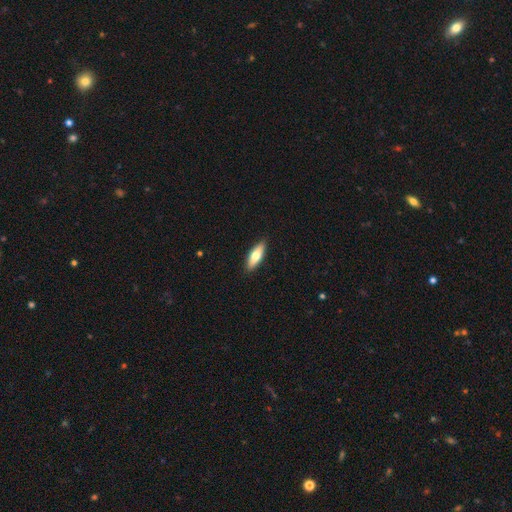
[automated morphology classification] Smooth or featured? Predicted: smooth (p=0.69). How rounded? Predicted: in between (p=0.56). Merging? Predicted: none (p=0.90).